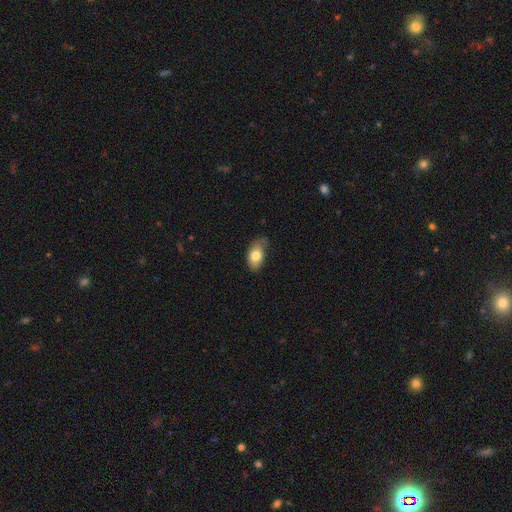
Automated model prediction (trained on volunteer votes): The model was most divided on "merging": none: 49%, minor disturbance: 37%, major disturbance: 12%, merger: 2%. More confident: how rounded — in between (89%); smooth or featured — smooth (76%).